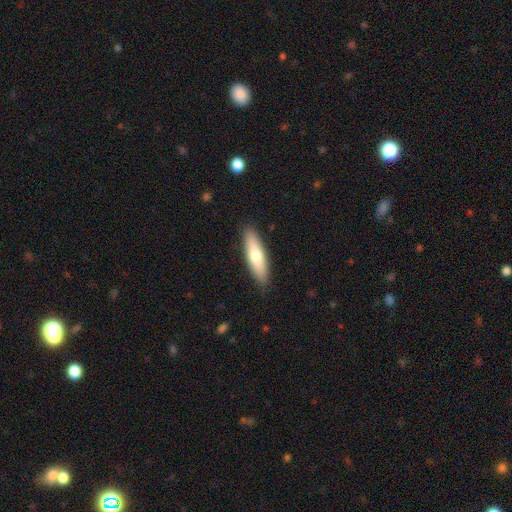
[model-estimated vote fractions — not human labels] This is likely a smooth galaxy (68%). How rounded: likely cigar-shaped (62%). Merging: clearly none (89%).